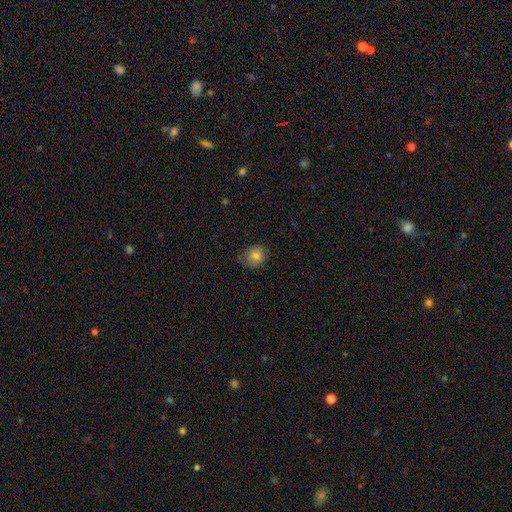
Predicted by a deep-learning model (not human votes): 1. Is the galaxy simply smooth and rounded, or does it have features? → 79% smooth, 11% featured or disk, 10% star or artifact.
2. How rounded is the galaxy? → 76% round, 23% in between, 1% cigar-shaped.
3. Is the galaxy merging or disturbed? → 71% none, 22% minor disturbance, 5% major disturbance, 1% merger.